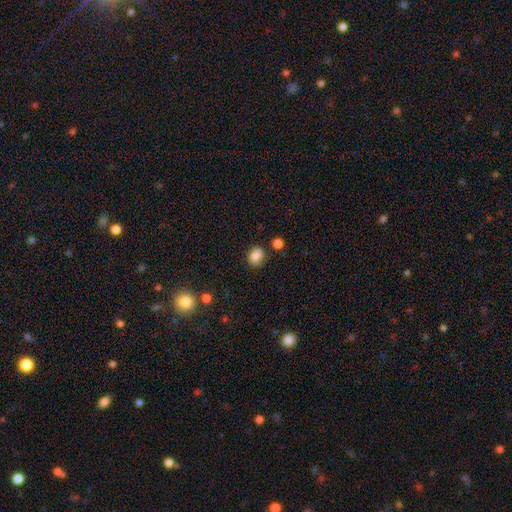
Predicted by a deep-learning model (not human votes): This appears to be a smooth galaxy with no disk features (84%) that is in between round and cigar-shaped (52%). Merging: none (78%).